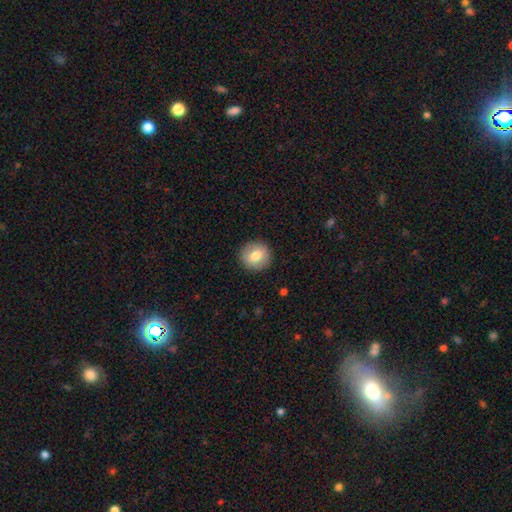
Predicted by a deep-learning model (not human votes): Smooth or featured? smooth (75%)
How rounded? round (89%)
Merging? none (90%)